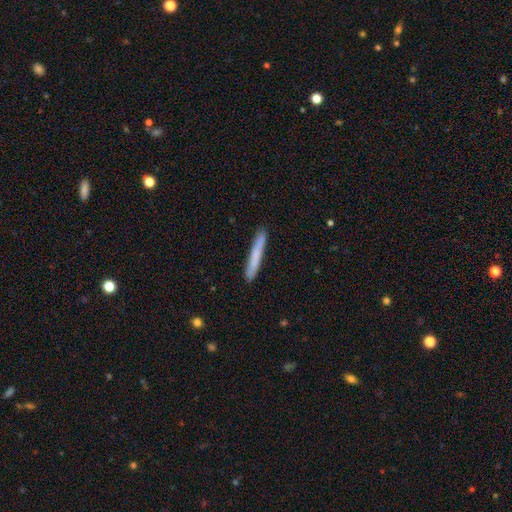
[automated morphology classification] Q: Smooth or featured?
A: smooth (71%); runner-up: featured or disk (23%)
Q: How rounded?
A: cigar-shaped (96%); runner-up: in between (3%)
Q: Merging?
A: none (90%); runner-up: minor disturbance (7%)